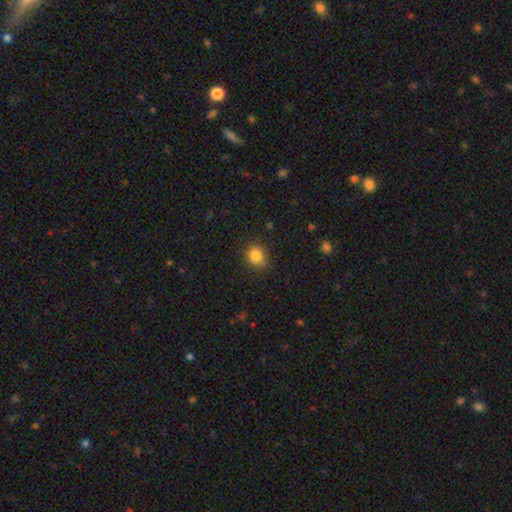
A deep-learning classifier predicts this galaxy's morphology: Smooth or featured?
  - smooth: 83% *
  - star or artifact: 11%
  - featured or disk: 6%
How rounded?
  - round: 78% *
  - in between: 21%
  - cigar-shaped: 1%
Merging?
  - none: 80% *
  - minor disturbance: 15%
  - major disturbance: 3%
  - merger: 2%